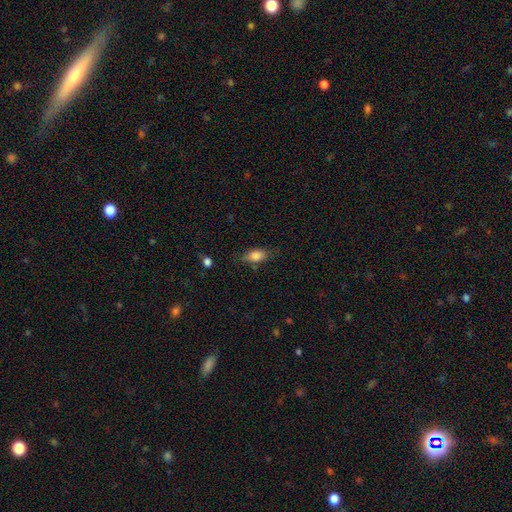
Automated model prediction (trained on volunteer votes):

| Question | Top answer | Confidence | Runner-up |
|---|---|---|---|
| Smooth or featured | smooth | 81% | featured or disk (11%) |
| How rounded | in between | 85% | cigar-shaped (9%) |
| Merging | none | 74% | minor disturbance (19%) |